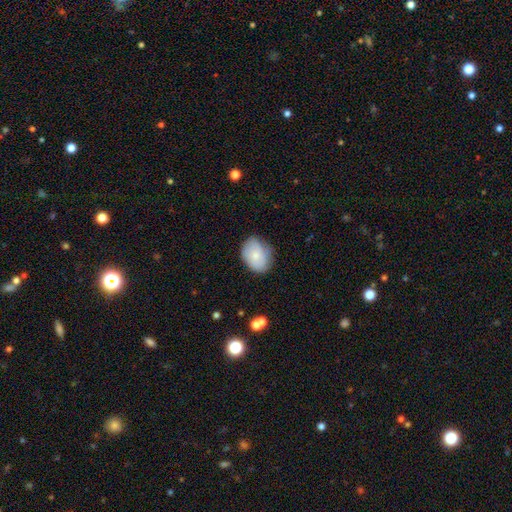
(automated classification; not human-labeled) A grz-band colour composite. It shows a smooth galaxy with no disk features (75%) that is in between round and cigar-shaped (68%). Merging: none (69%).